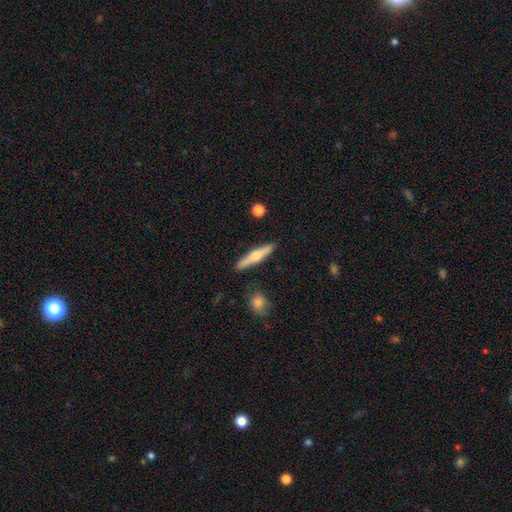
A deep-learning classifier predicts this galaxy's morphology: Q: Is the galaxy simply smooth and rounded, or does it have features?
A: featured or disk — 54%.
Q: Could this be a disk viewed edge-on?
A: yes — 96%.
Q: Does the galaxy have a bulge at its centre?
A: rounded — 91%.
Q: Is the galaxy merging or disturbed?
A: none — 89%.